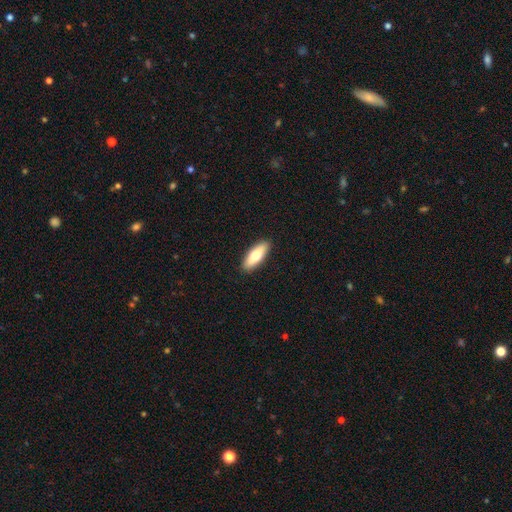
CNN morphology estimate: Q: Smooth or featured?
A: smooth (73%); runner-up: featured or disk (22%)
Q: How rounded?
A: in between (61%); runner-up: cigar-shaped (36%)
Q: Merging?
A: none (91%); runner-up: minor disturbance (7%)